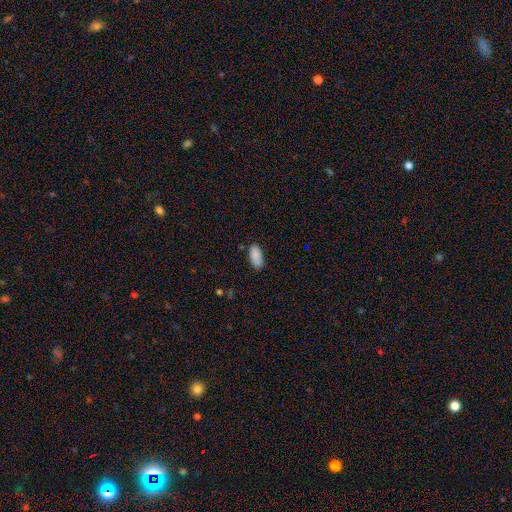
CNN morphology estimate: Smooth or featured?
  - smooth: 87% *
  - star or artifact: 7%
  - featured or disk: 5%
How rounded?
  - in between: 91% *
  - cigar-shaped: 6%
  - round: 2%
Merging?
  - none: 75% *
  - minor disturbance: 19%
  - major disturbance: 4%
  - merger: 3%